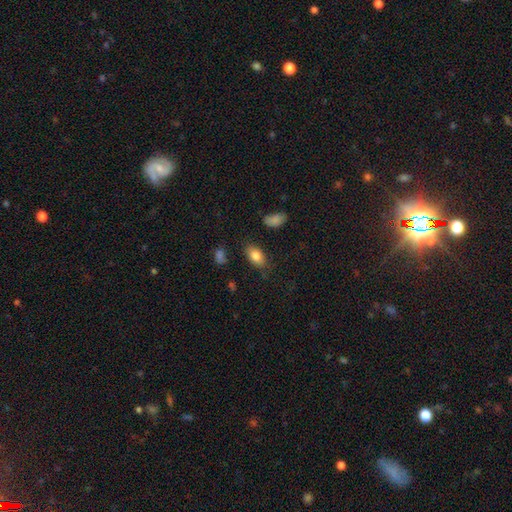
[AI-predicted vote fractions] The model was most divided on "merging": none: 81%, minor disturbance: 14%, major disturbance: 3%, merger: 2%. More confident: how rounded — in between (91%); smooth or featured — smooth (83%).